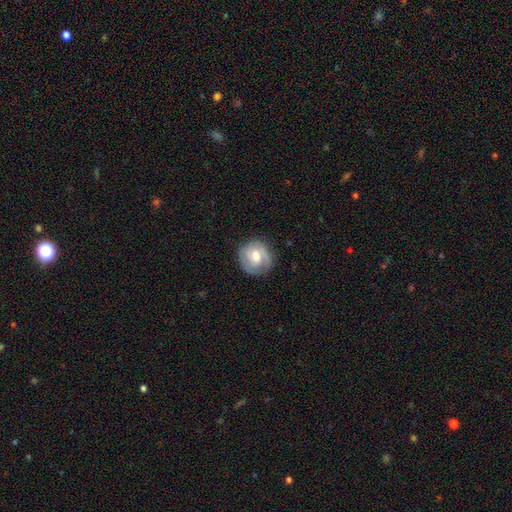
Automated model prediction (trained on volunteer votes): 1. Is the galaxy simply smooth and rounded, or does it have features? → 61% featured or disk, 33% smooth, 6% star or artifact.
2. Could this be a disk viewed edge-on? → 97% no, 3% yes.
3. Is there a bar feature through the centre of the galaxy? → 50% weak, 38% no, 12% strong.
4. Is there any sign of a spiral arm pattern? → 85% yes, 15% no.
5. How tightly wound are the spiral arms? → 54% tight, 34% medium, 12% loose.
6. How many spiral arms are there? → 51% 2, 21% can't tell, 16% 1, 8% 3, 2% 4, 2% more than 4.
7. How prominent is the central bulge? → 66% moderate, 22% small, 8% large, 2% none, 1% dominant.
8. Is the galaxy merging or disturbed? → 78% none, 15% minor disturbance, 5% major disturbance, 1% merger.